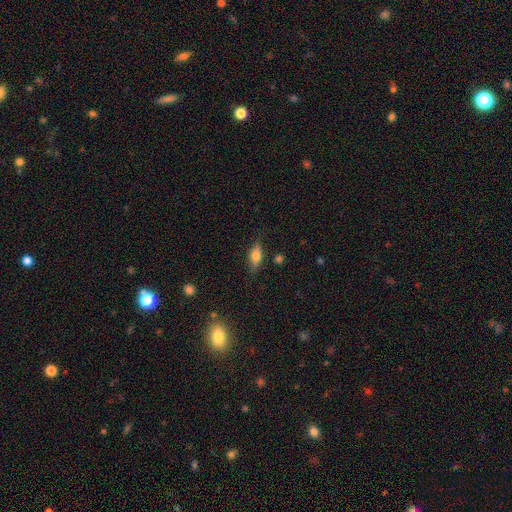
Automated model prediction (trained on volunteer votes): Smooth or featured: smooth — 65% (featured or disk — 27%)
How rounded: in between — 73% (cigar-shaped — 23%)
Merging: none — 79% (minor disturbance — 16%)